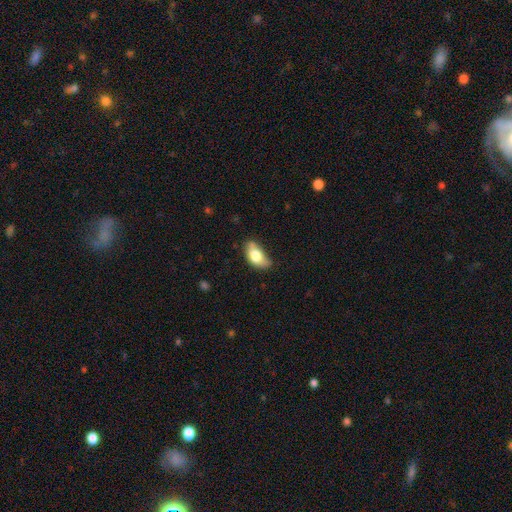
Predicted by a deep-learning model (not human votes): Smooth or featured? Predicted: smooth (p=0.76). How rounded? Predicted: in between (p=0.90). Merging? Predicted: none (p=0.42).